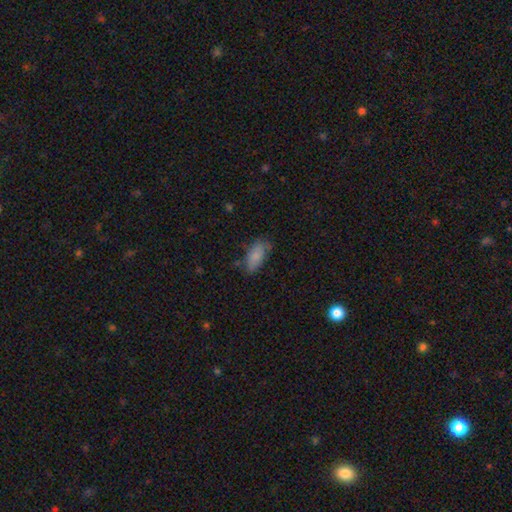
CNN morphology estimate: Q: Smooth or featured?
A: smooth (84%); runner-up: featured or disk (9%)
Q: How rounded?
A: in between (89%); runner-up: cigar-shaped (9%)
Q: Merging?
A: none (64%); runner-up: minor disturbance (26%)